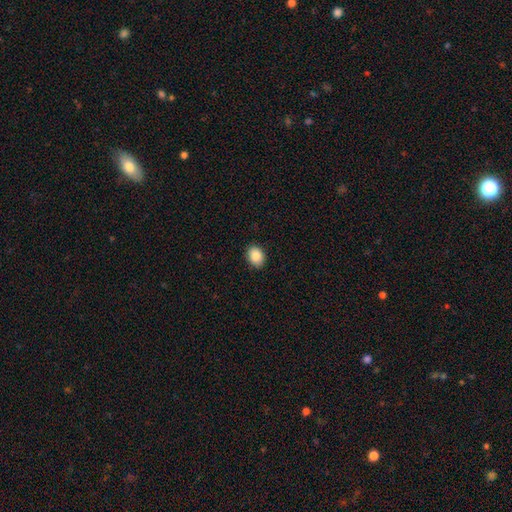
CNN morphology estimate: This is clearly a smooth galaxy (88%). How rounded: likely in between (63%). Merging: clearly none (90%).